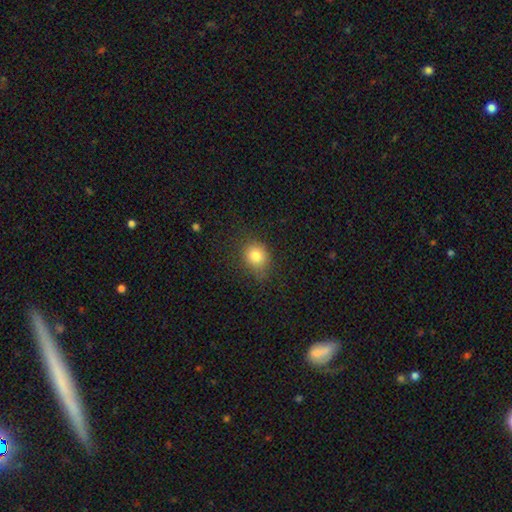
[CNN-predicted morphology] Smooth or featured? smooth (80%)
How rounded? round (70%)
Merging? none (73%)